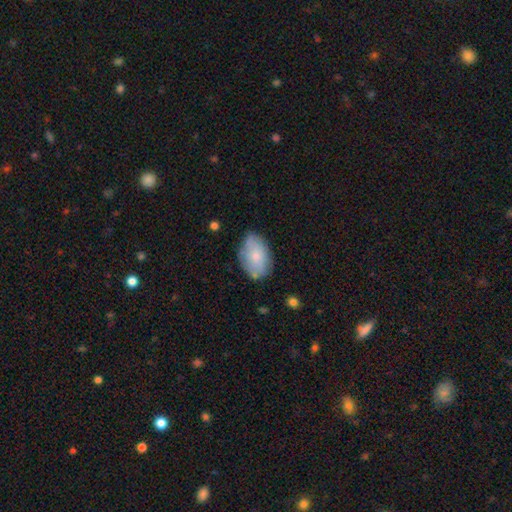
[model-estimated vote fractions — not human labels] Smooth or featured?
  - smooth: 71% *
  - featured or disk: 23%
  - star or artifact: 6%
How rounded?
  - in between: 90% *
  - round: 9%
  - cigar-shaped: 1%
Merging?
  - none: 73% *
  - minor disturbance: 20%
  - major disturbance: 5%
  - merger: 2%